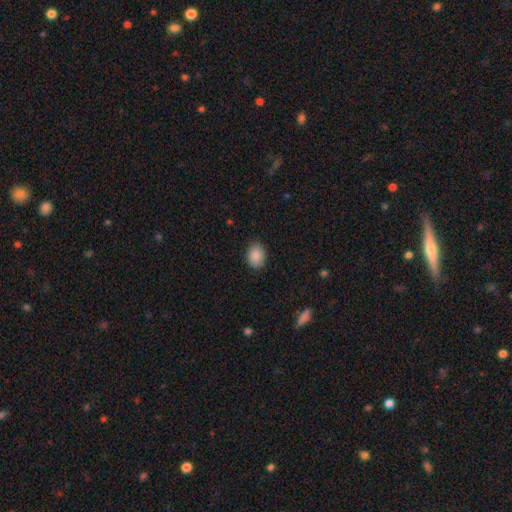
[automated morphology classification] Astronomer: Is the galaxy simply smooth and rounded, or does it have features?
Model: smooth — 89%.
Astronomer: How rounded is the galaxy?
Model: in between — 67%.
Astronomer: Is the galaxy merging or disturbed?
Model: none — 87%.